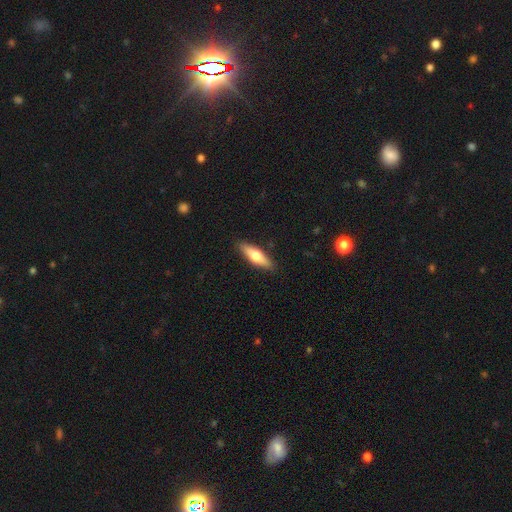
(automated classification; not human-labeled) smooth-or-featured: smooth: 60% | featured or disk: 35% | star or artifact: 6%
  how-rounded: cigar-shaped: 59% | in between: 39% | round: 2%
  merging: none: 89% | minor disturbance: 8% | major disturbance: 2% | merger: 1%